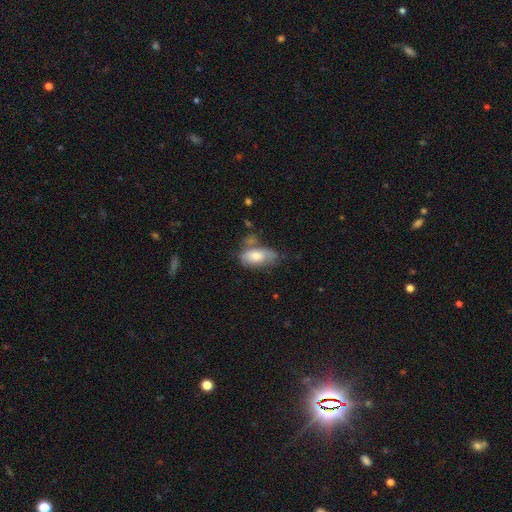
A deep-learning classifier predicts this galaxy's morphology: smooth_or_featured: smooth (p=0.67) [alt: featured or disk p=0.26]
how_rounded: in between (p=0.90) [alt: cigar-shaped p=0.05]
merging: none (p=0.41) [alt: minor disturbance p=0.32]